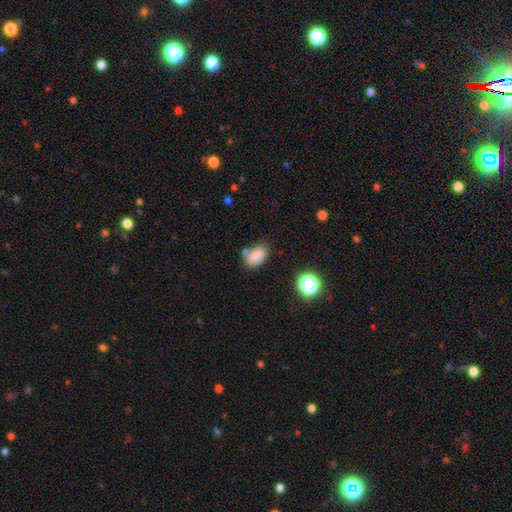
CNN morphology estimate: Overall: smooth (81%). How rounded: in between (86%). Merging: none (58%; minor disturbance 23%).